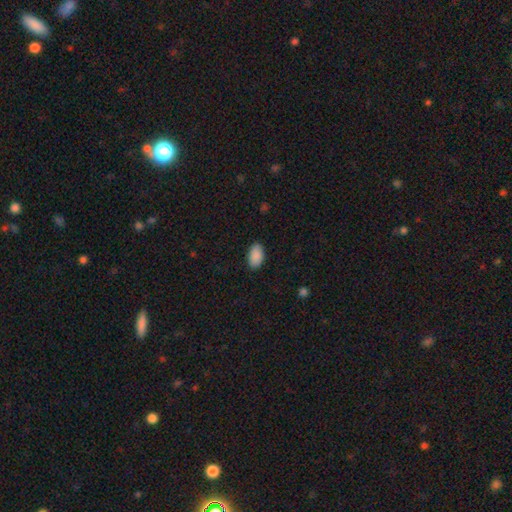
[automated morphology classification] Smooth or featured?
  - smooth: 91% *
  - star or artifact: 7%
  - featured or disk: 3%
How rounded?
  - in between: 95% *
  - round: 3%
  - cigar-shaped: 2%
Merging?
  - none: 89% *
  - minor disturbance: 8%
  - major disturbance: 2%
  - merger: 1%